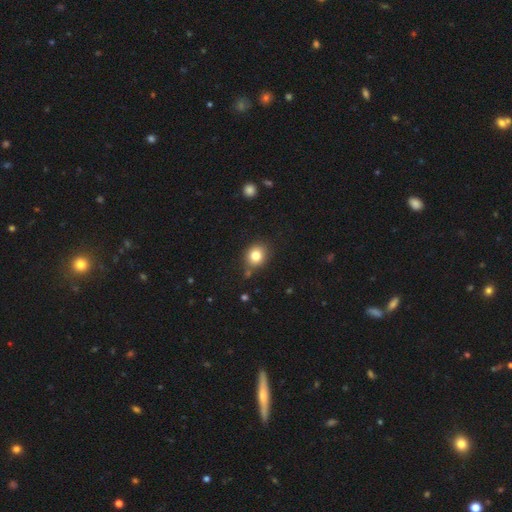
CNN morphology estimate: smooth_or_featured: smooth (p=0.81) [alt: star or artifact p=0.11]
how_rounded: round (p=0.68) [alt: in between p=0.31]
merging: none (p=0.80) [alt: minor disturbance p=0.13]